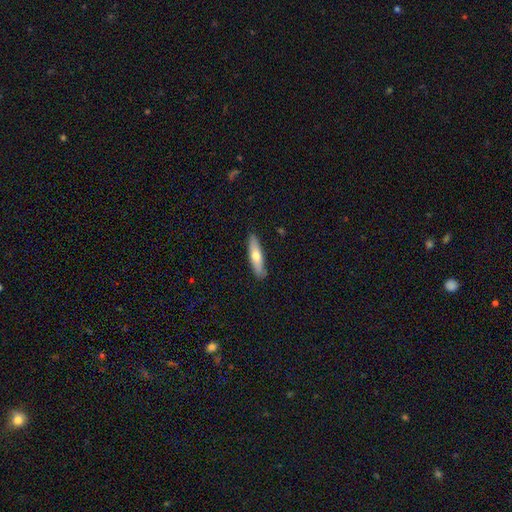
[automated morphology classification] This is likely a smooth galaxy (61%). How rounded: likely cigar-shaped (66%). Merging: clearly none (87%).